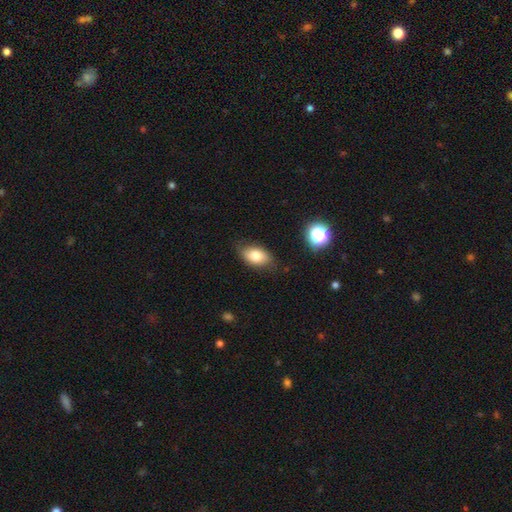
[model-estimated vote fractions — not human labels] smooth-or-featured: smooth: 78% | featured or disk: 13% | star or artifact: 9%
  how-rounded: in between: 89% | round: 9% | cigar-shaped: 2%
  merging: none: 75% | minor disturbance: 19% | major disturbance: 4% | merger: 2%